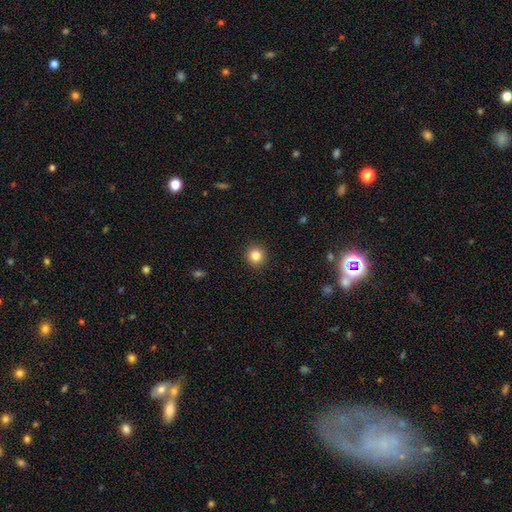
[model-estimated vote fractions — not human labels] Q: Smooth or featured?
A: smooth (84%); runner-up: star or artifact (11%)
Q: How rounded?
A: round (94%); runner-up: in between (5%)
Q: Merging?
A: none (93%); runner-up: minor disturbance (5%)